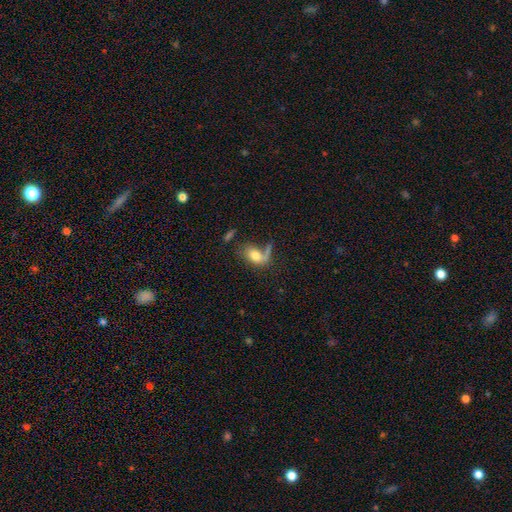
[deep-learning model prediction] This is likely a smooth galaxy (69%). How rounded: clearly in between (80%). Merging: marginally none (40%).